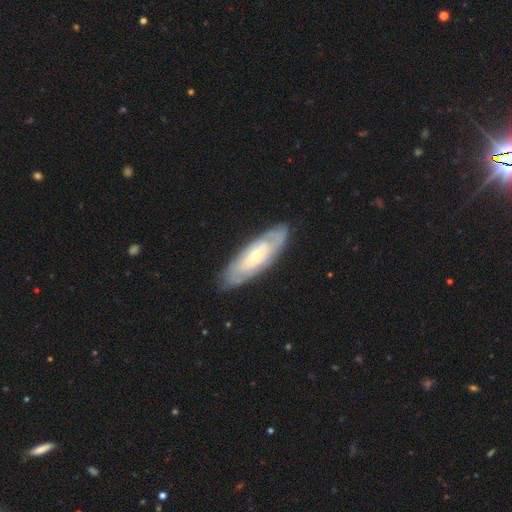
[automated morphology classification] This appears to be a featured or disk galaxy (63%). Merging: none (82%).